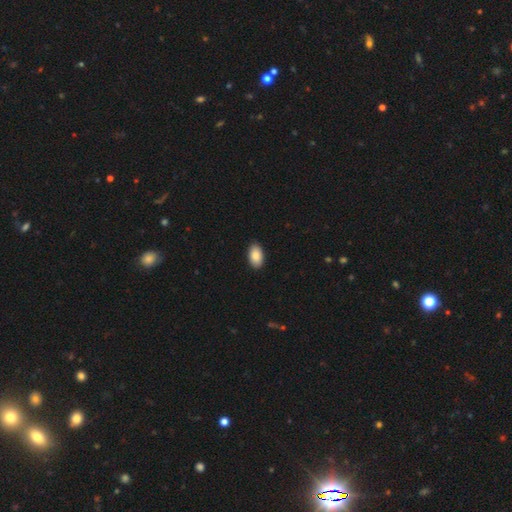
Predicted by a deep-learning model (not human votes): Q: Smooth or featured?
A: smooth (89%); runner-up: star or artifact (7%)
Q: How rounded?
A: in between (94%); runner-up: round (4%)
Q: Merging?
A: none (90%); runner-up: minor disturbance (8%)